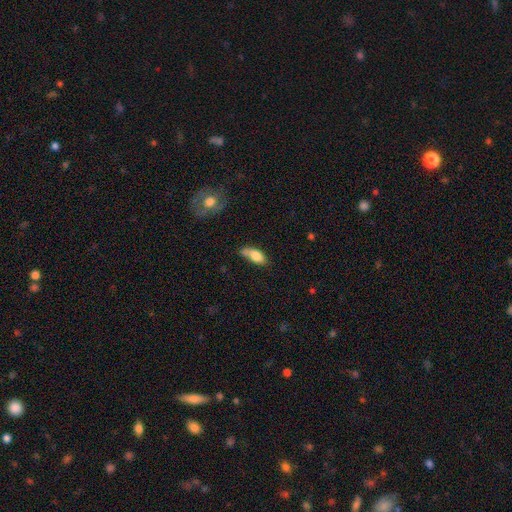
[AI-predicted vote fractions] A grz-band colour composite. It shows a smooth galaxy with no disk features (78%) that is in between round and cigar-shaped (82%). Merging: none (39%).